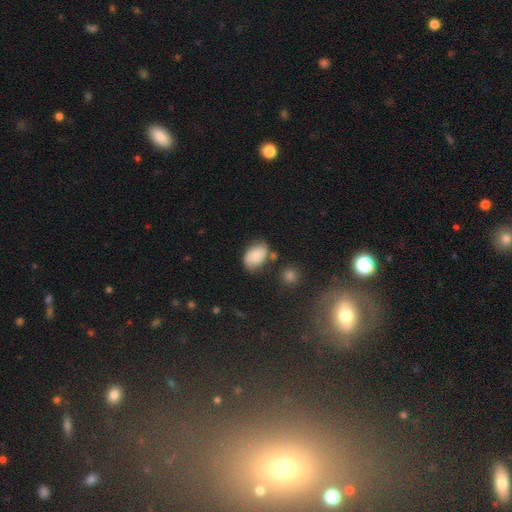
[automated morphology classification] smooth_or_featured: smooth (p=0.77) [alt: featured or disk p=0.14]
how_rounded: in between (p=0.85) [alt: round p=0.14]
merging: none (p=0.57) [alt: minor disturbance p=0.26]